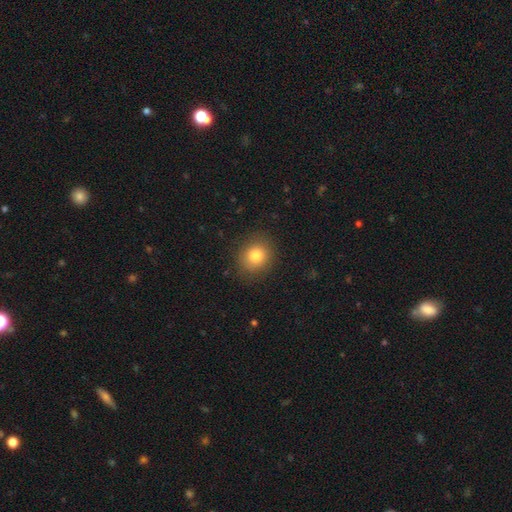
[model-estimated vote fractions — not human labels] Q: Smooth or featured?
A: smooth (82%); runner-up: star or artifact (10%)
Q: How rounded?
A: round (72%); runner-up: in between (27%)
Q: Merging?
A: none (85%); runner-up: minor disturbance (10%)